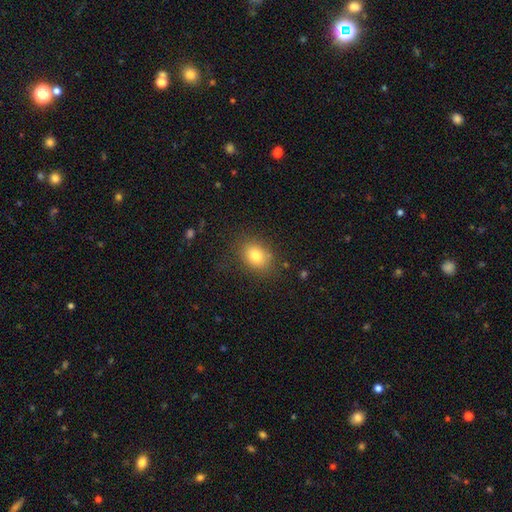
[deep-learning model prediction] This appears to be a smooth galaxy with no disk features (80%) that is in between round and cigar-shaped (64%). Merging: none (80%).